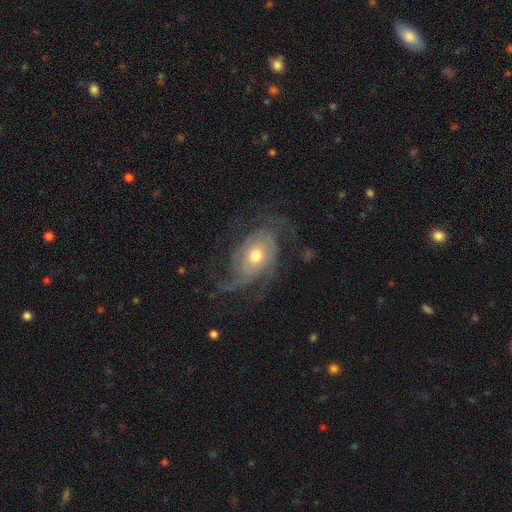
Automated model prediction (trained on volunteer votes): The model was most divided on "spiral winding": medium: 39%, loose: 35%, tight: 26%. Remaining: edge-on disk — no (95%); spiral arms — yes (88%); bar — no (78%); smooth or featured — featured or disk (78%); bulge size — moderate (71%); merging — none (51%); spiral arm count — 2 (31%).